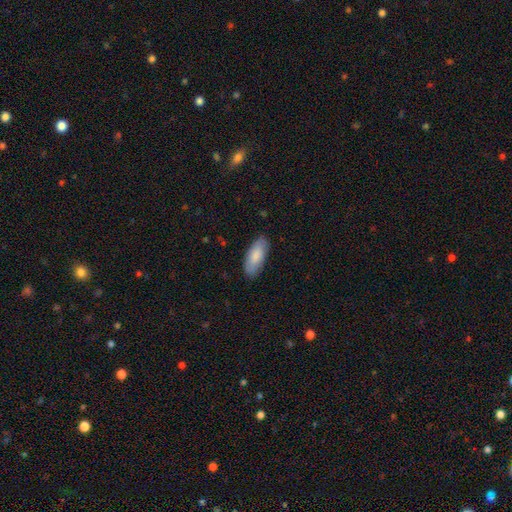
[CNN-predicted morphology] This appears to be a smooth galaxy with no disk features (84%) that is in between round and cigar-shaped (82%). Merging: none (85%).